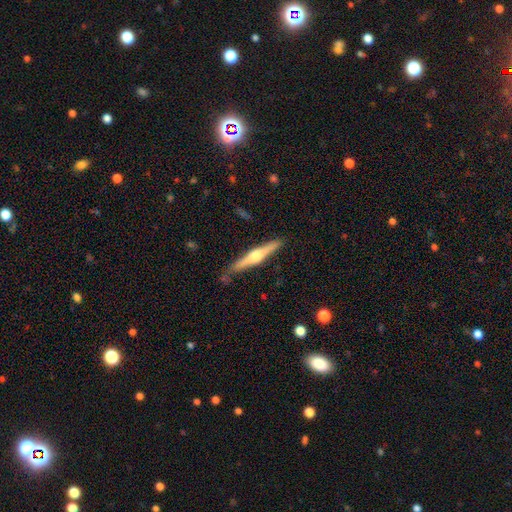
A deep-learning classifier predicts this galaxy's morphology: Overall: featured or disk (68%). Edge-on disk: yes (98%). Edge-on bulge: rounded (90%). Merging: none (84%).